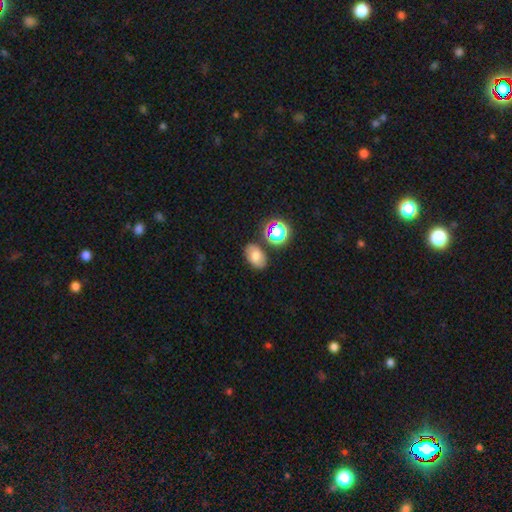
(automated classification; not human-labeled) smooth_or_featured: smooth (p=0.69) [alt: star or artifact p=0.16]
how_rounded: in between (p=0.83) [alt: round p=0.15]
merging: none (p=0.76) [alt: minor disturbance p=0.13]